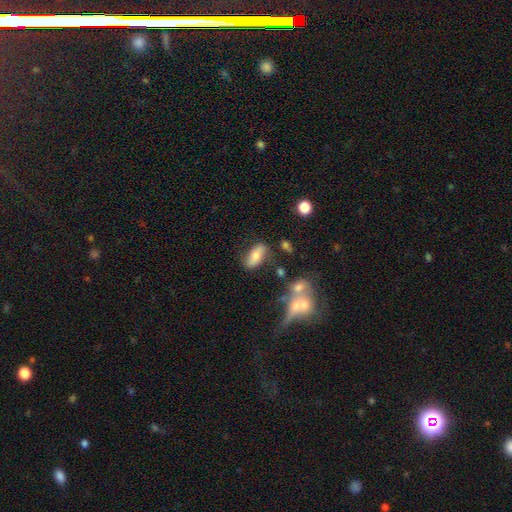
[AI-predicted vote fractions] A smooth galaxy with no disk features (70%) that is in between round and cigar-shaped (85%). Merging: none (74%).